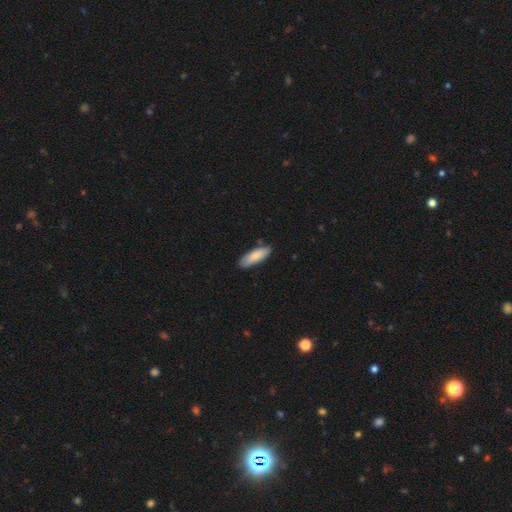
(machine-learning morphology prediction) Smooth or featured: smooth — 79% (featured or disk — 15%)
How rounded: in between — 57% (cigar-shaped — 42%)
Merging: none — 82% (minor disturbance — 14%)